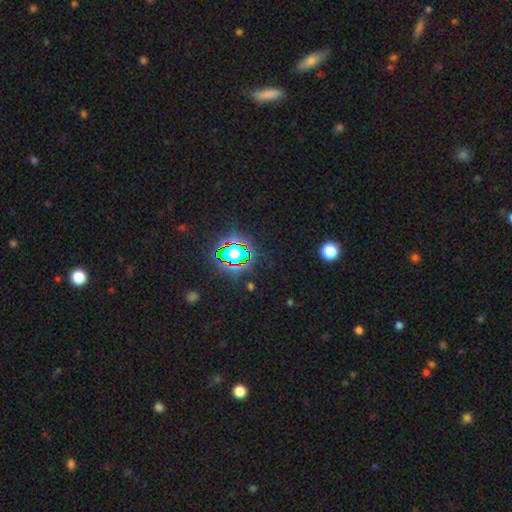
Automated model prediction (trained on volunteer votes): star or artifact 81%, smooth 12%, featured or disk 7%.